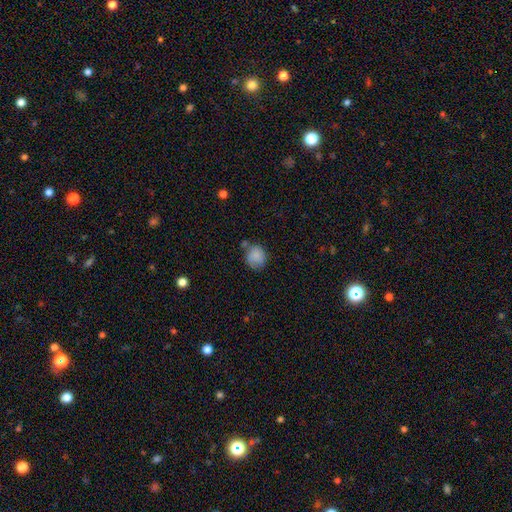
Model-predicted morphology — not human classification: Overall: smooth (85%). How rounded: round (79%). Merging: none (62%).